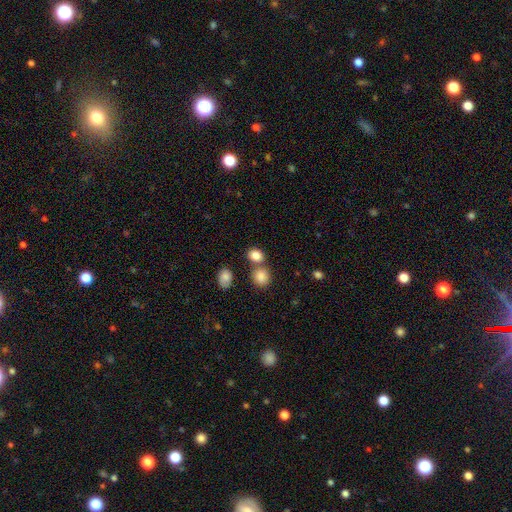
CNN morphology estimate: This is clearly a smooth galaxy (84%). How rounded: possibly round (53%). Merging: possibly none (58%).